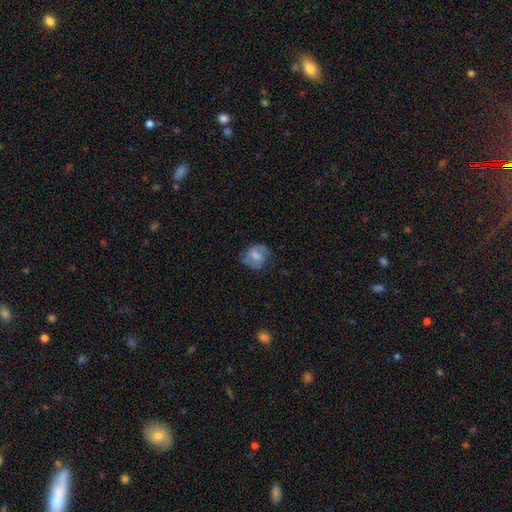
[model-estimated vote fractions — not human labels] Smooth or featured?
  - smooth: 51% *
  - featured or disk: 41%
  - star or artifact: 8%
How rounded?
  - round: 61% *
  - in between: 38%
  - cigar-shaped: 2%
Merging?
  - none: 63% *
  - minor disturbance: 25%
  - major disturbance: 11%
  - merger: 2%